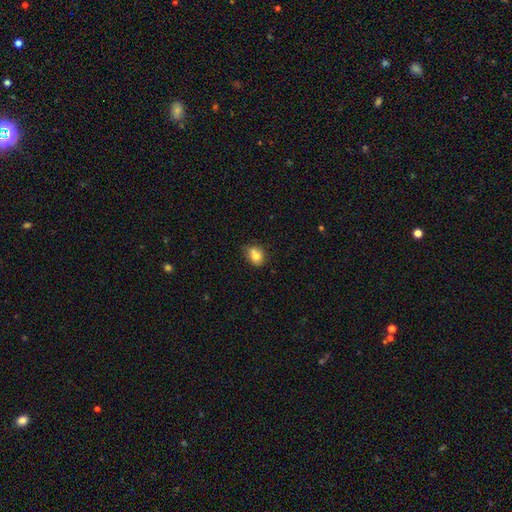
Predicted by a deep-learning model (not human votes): This appears to be a smooth galaxy with no disk features (76%) that is round (50%). Merging: none (50%).